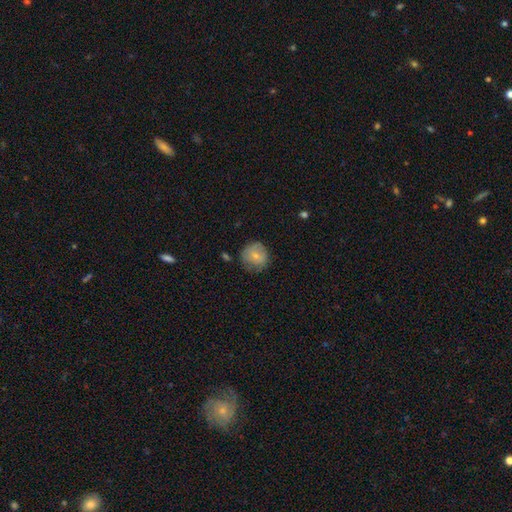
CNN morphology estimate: Q: Smooth or featured?
A: smooth (72%); runner-up: featured or disk (20%)
Q: How rounded?
A: round (88%); runner-up: in between (11%)
Q: Merging?
A: none (68%); runner-up: minor disturbance (23%)